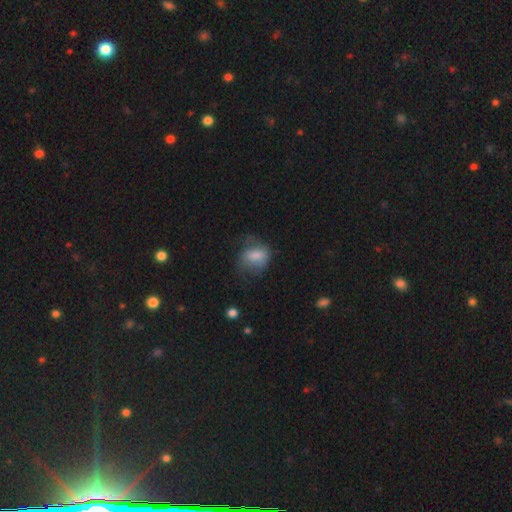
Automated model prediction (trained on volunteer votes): smooth_or_featured: smooth (p=0.71) [alt: featured or disk p=0.21]
how_rounded: in between (p=0.67) [alt: round p=0.31]
merging: none (p=0.39) [alt: minor disturbance p=0.31]